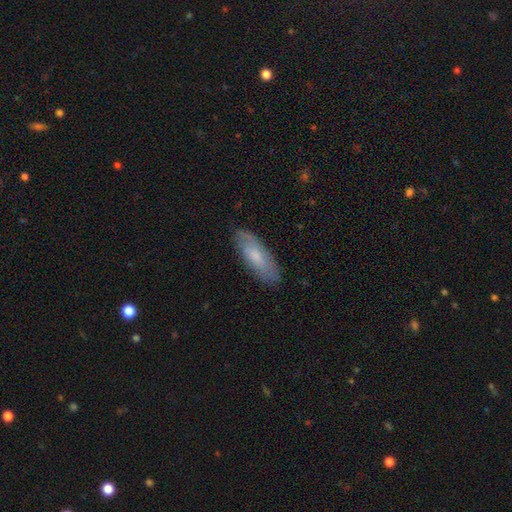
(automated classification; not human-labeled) Smooth or featured: smooth — 65% (featured or disk — 28%)
How rounded: in between — 64% (cigar-shaped — 35%)
Merging: none — 83% (minor disturbance — 13%)